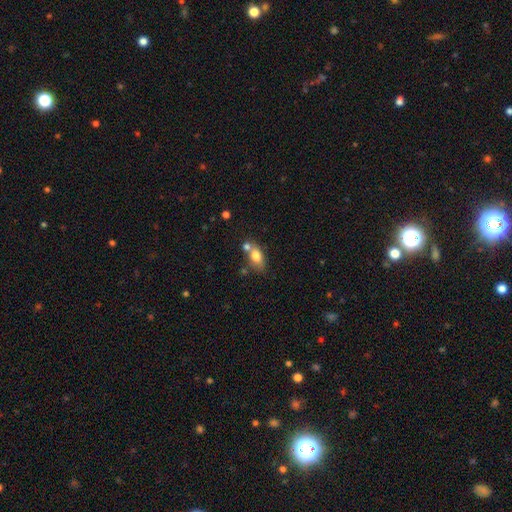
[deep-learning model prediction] Q: Smooth or featured?
A: smooth (75%); runner-up: featured or disk (16%)
Q: How rounded?
A: in between (80%); runner-up: round (14%)
Q: Merging?
A: none (49%); runner-up: merger (30%)